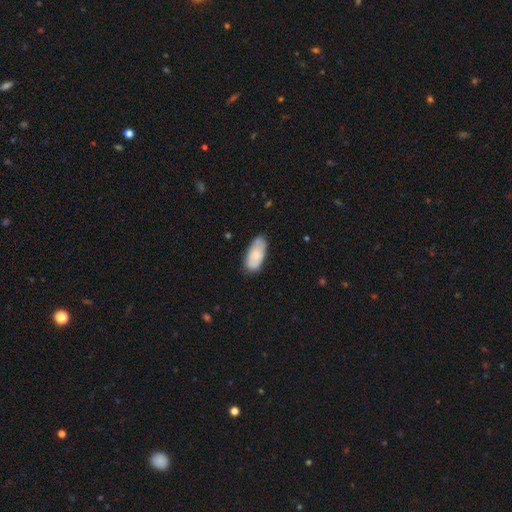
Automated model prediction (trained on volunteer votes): This appears to be a smooth galaxy with no disk features (75%) that is in between round and cigar-shaped (91%). Merging: none (70%).